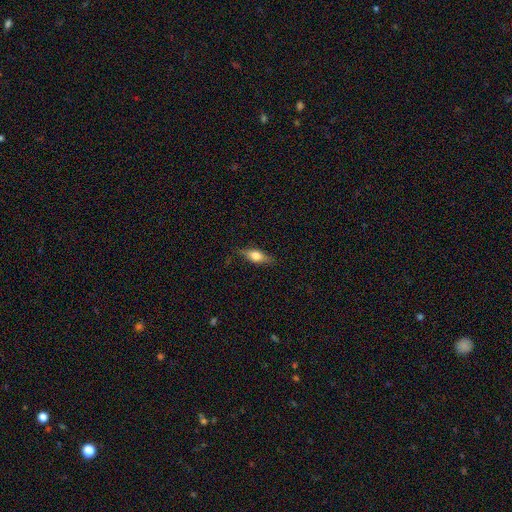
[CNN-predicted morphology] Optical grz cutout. It shows a smooth galaxy with no disk features (49%). Merging: none (82%).